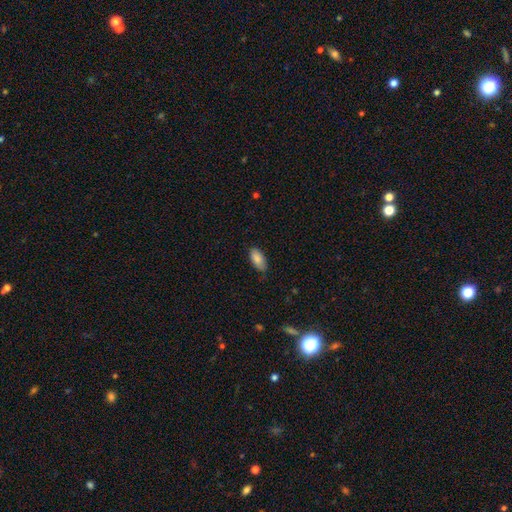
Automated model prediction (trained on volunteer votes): smooth_or_featured: smooth (p=0.84) [alt: featured or disk p=0.08]
how_rounded: in between (p=0.91) [alt: cigar-shaped p=0.06]
merging: none (p=0.79) [alt: minor disturbance p=0.17]